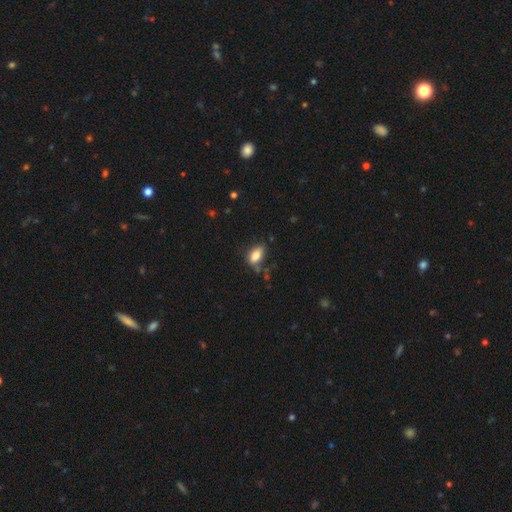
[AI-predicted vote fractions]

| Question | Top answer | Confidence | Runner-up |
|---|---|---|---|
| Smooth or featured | smooth | 84% | star or artifact (9%) |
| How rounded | in between | 89% | round (5%) |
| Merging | none | 65% | minor disturbance (22%) |